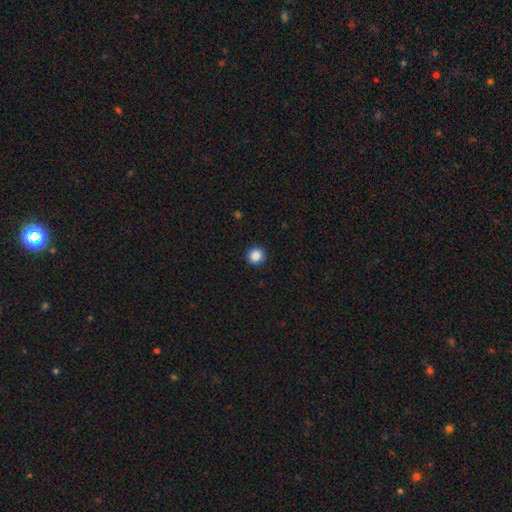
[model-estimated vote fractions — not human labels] Morphology: type=smooth (87%); roundness=round (91%); merging=none (91%).